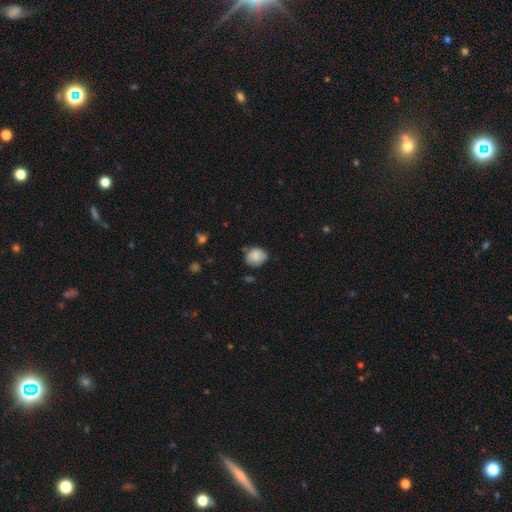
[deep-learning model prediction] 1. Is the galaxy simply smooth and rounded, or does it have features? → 83% smooth, 9% featured or disk, 8% star or artifact.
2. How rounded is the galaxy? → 67% round, 32% in between, 1% cigar-shaped.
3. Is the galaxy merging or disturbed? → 65% none, 27% minor disturbance, 5% major disturbance, 3% merger.